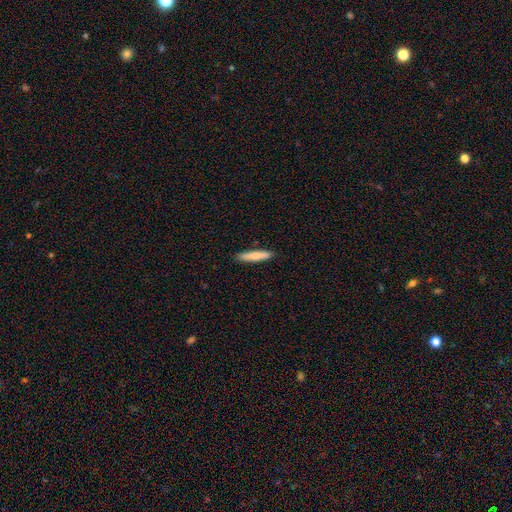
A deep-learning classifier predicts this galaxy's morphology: Smooth or featured? smooth (78%)
How rounded? cigar-shaped (90%)
Merging? none (90%)